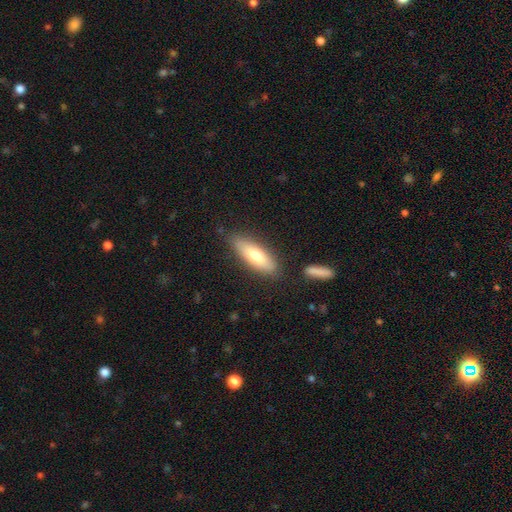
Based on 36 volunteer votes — This is clearly a smooth galaxy (83%). How rounded: likely cigar-shaped (63%). Merging: likely none (63%).